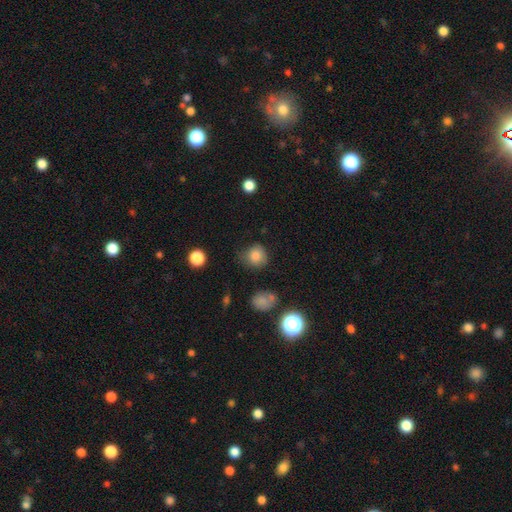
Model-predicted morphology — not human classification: type=smooth (83%); roundness=round (84%); merging=none (68%).